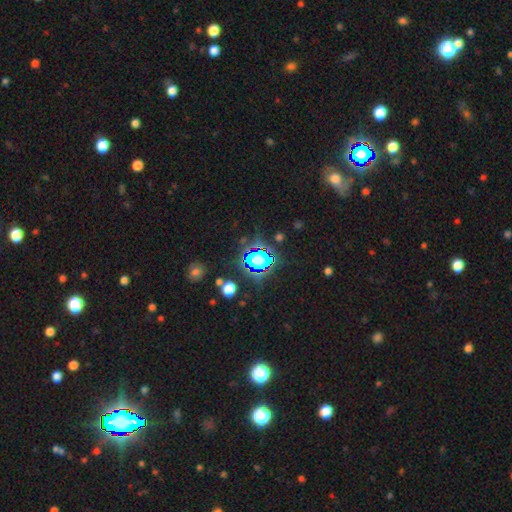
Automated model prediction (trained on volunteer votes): Smooth or featured: star or artifact — 65% (smooth — 25%)